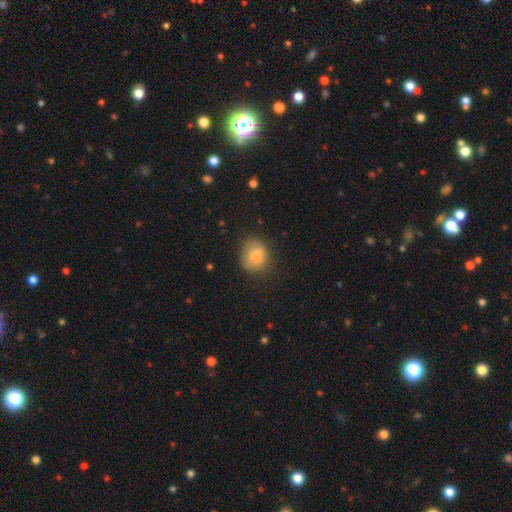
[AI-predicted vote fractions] Q: Smooth or featured?
A: smooth (83%); runner-up: featured or disk (9%)
Q: How rounded?
A: round (63%); runner-up: in between (36%)
Q: Merging?
A: none (68%); runner-up: minor disturbance (22%)